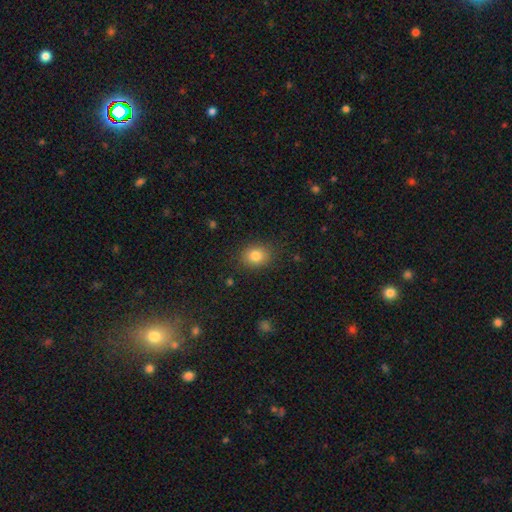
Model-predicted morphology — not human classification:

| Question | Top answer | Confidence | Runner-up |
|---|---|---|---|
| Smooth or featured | smooth | 81% | star or artifact (11%) |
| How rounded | round | 53% | in between (46%) |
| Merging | none | 86% | minor disturbance (10%) |